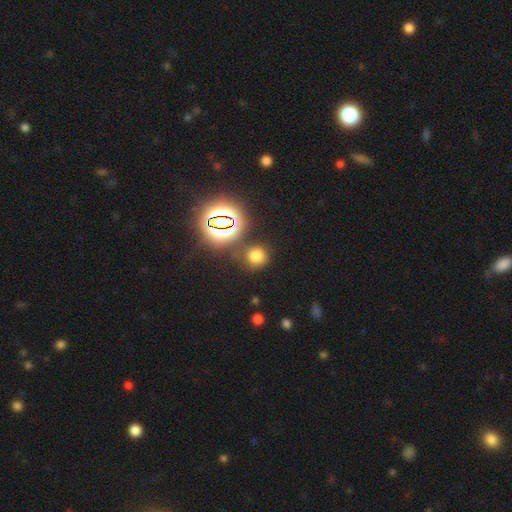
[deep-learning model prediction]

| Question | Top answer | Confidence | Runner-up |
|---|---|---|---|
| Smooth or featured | smooth | 66% | star or artifact (28%) |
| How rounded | round | 85% | in between (13%) |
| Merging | none | 75% | minor disturbance (12%) |